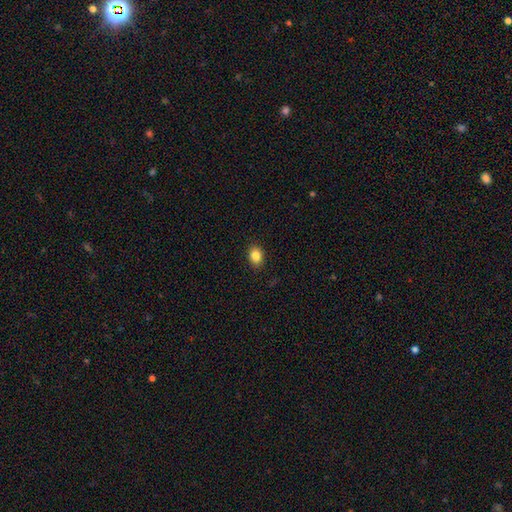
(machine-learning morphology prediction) This is clearly a smooth galaxy (85%). How rounded: possibly in between (60%). Merging: clearly none (89%).